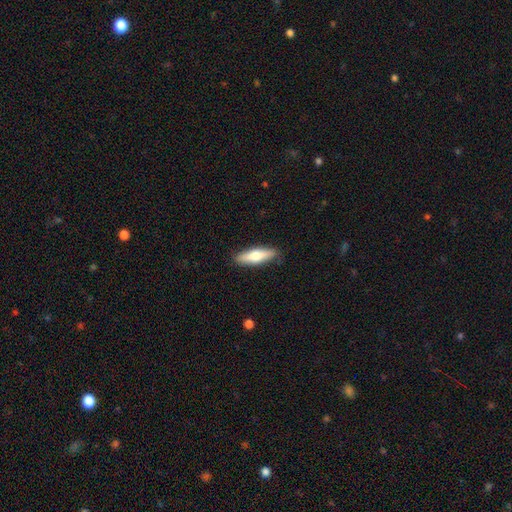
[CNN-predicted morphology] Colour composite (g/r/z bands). It shows a smooth galaxy with no disk features (64%) that is cigar-shaped (62%). Merging: none (87%).